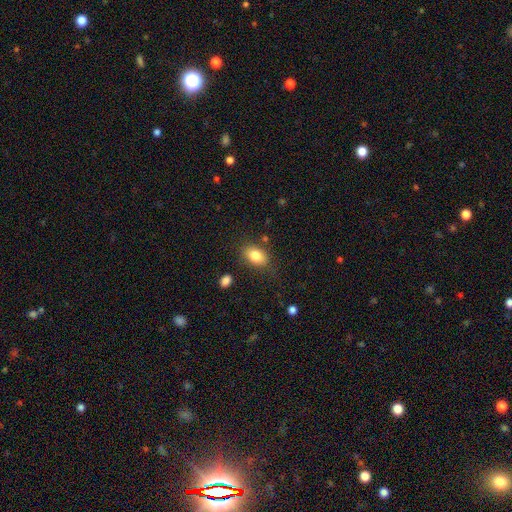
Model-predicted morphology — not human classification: type=smooth (82%); roundness=in between (83%); merging=none (78%).